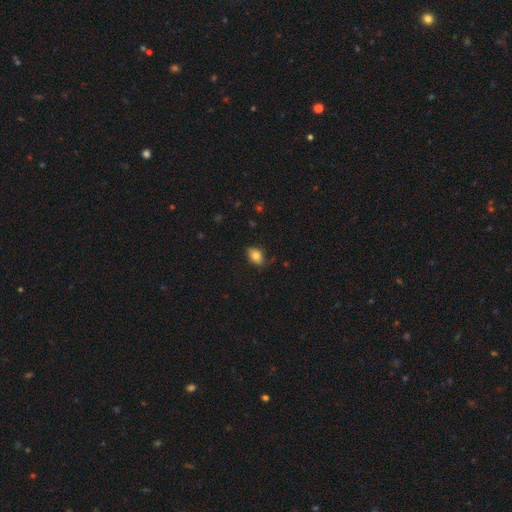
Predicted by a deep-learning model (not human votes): A smooth galaxy with no disk features (81%) that is in between round and cigar-shaped (82%). Merging: none (76%).